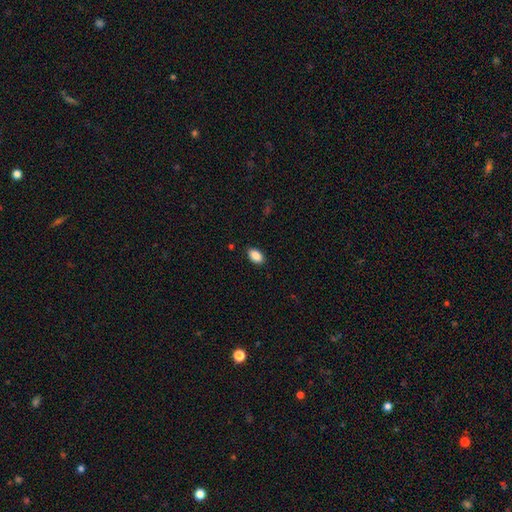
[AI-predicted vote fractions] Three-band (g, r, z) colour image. It shows a smooth galaxy with no disk features (89%) that is in between round and cigar-shaped (91%). Merging: none (87%).